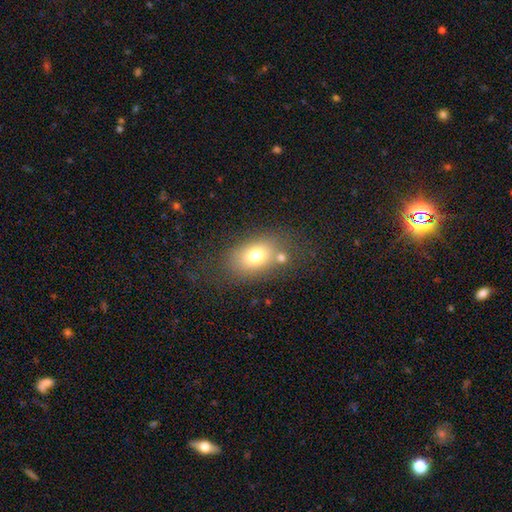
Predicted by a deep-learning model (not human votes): Smooth or featured: smooth — 73% (featured or disk — 16%)
How rounded: in between — 75% (round — 23%)
Merging: none — 64% (minor disturbance — 15%)